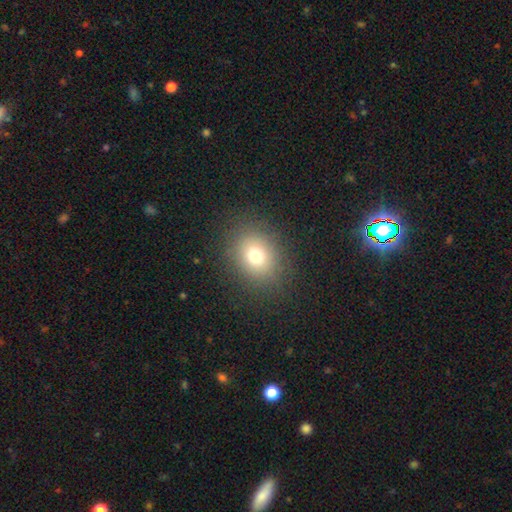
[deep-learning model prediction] This appears to be a smooth galaxy with no disk features (73%) that is round (63%). Merging: none (86%).